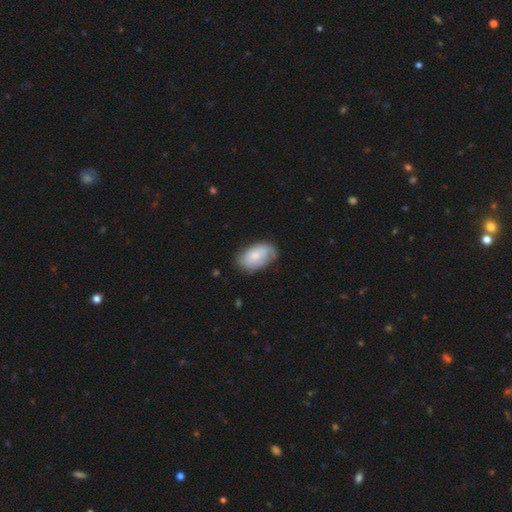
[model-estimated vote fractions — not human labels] This is likely a smooth galaxy (62%). How rounded: clearly in between (92%). Merging: likely none (66%).